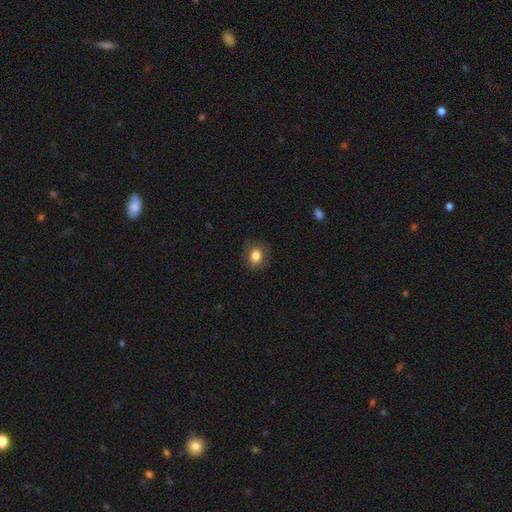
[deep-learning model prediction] Overall: smooth (83%). How rounded: round (51%; in between 48%). Merging: none (83%).